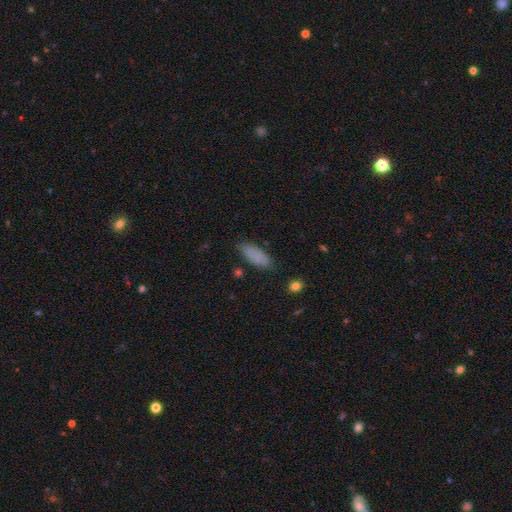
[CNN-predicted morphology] A smooth galaxy with no disk features (85%) that is in between round and cigar-shaped (68%). Merging: none (81%).